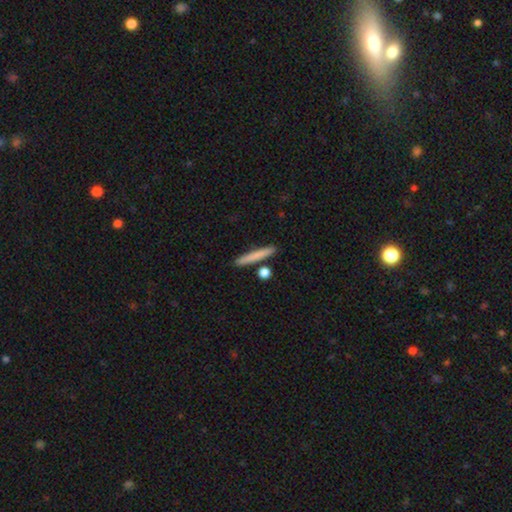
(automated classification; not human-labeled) Morphology: type=smooth (77%); roundness=cigar-shaped (91%); merging=none (85%).